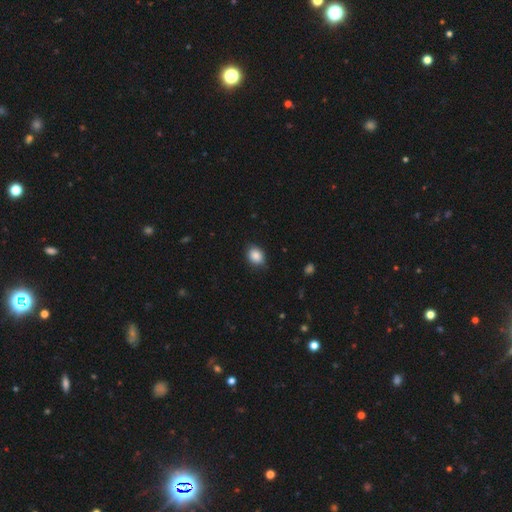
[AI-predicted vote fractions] A smooth galaxy with no disk features (87%) that is in between round and cigar-shaped (58%). Merging: none (79%).